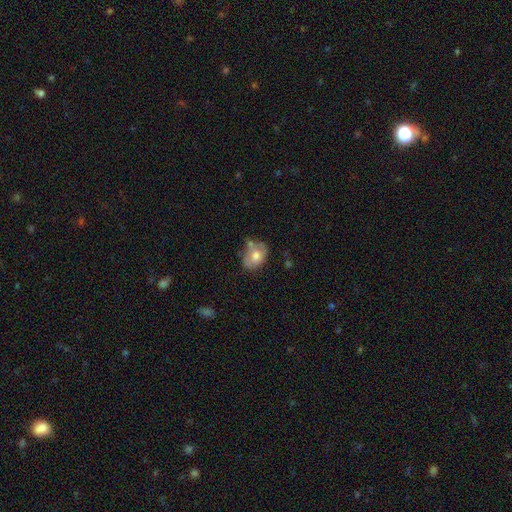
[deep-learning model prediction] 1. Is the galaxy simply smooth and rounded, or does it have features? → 63% smooth, 29% featured or disk, 8% star or artifact.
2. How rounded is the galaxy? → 66% in between, 33% round, 1% cigar-shaped.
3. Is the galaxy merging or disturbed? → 43% none, 31% minor disturbance, 14% merger, 12% major disturbance.